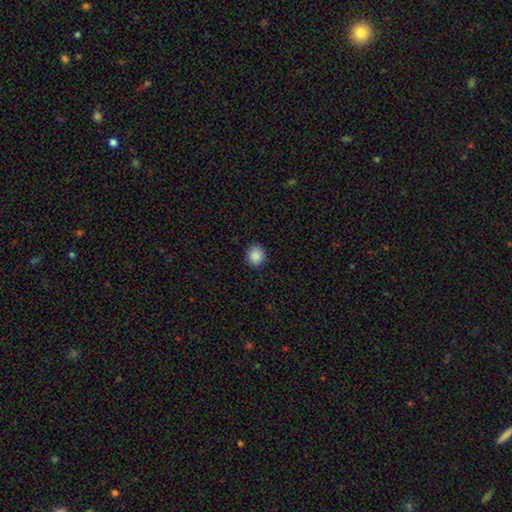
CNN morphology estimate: Smooth or featured?
  - smooth: 88% *
  - star or artifact: 9%
  - featured or disk: 3%
How rounded?
  - round: 89% *
  - in between: 10%
  - cigar-shaped: 1%
Merging?
  - none: 90% *
  - minor disturbance: 7%
  - major disturbance: 2%
  - merger: 1%